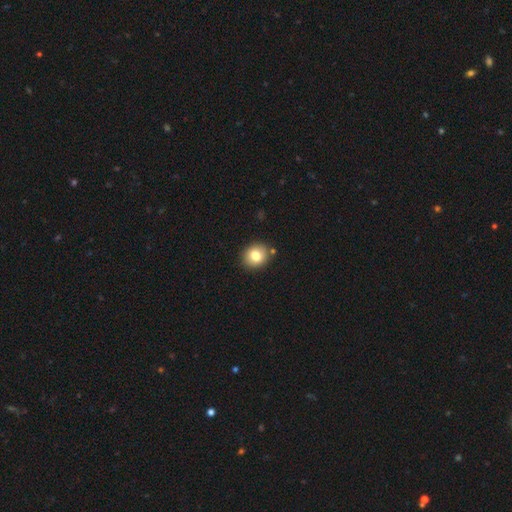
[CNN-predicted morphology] smooth-or-featured: smooth: 80% | featured or disk: 10% | star or artifact: 10%
  how-rounded: round: 73% | in between: 26% | cigar-shaped: 1%
  merging: none: 85% | minor disturbance: 9% | merger: 4% | major disturbance: 2%